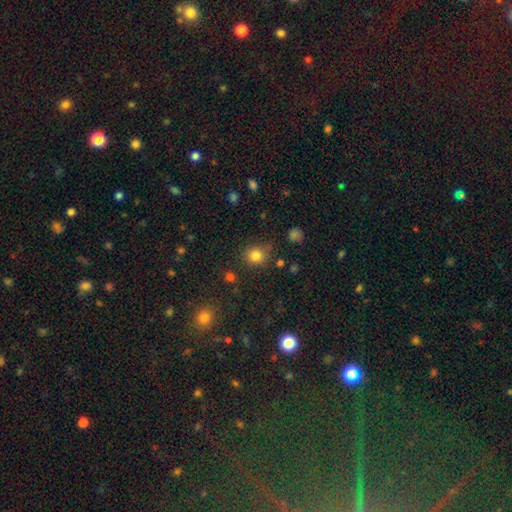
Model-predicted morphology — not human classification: Smooth or featured?
  - smooth: 82% *
  - star or artifact: 13%
  - featured or disk: 5%
How rounded?
  - round: 87% *
  - in between: 12%
  - cigar-shaped: 1%
Merging?
  - none: 81% *
  - minor disturbance: 11%
  - merger: 4%
  - major disturbance: 4%